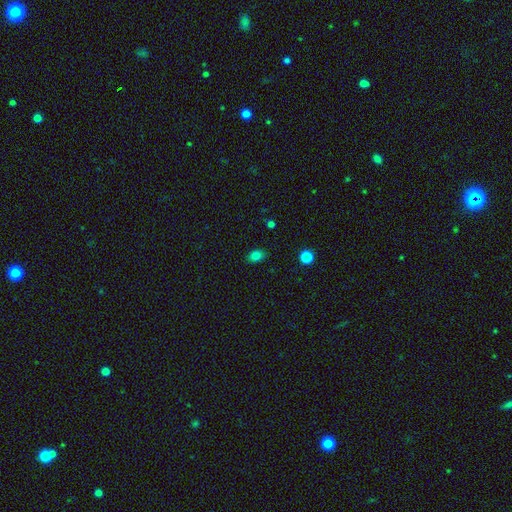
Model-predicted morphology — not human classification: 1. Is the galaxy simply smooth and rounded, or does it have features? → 80% smooth, 13% star or artifact, 7% featured or disk.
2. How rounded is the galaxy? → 72% in between, 26% round, 1% cigar-shaped.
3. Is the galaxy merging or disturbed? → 85% none, 12% minor disturbance, 2% major disturbance, 1% merger.